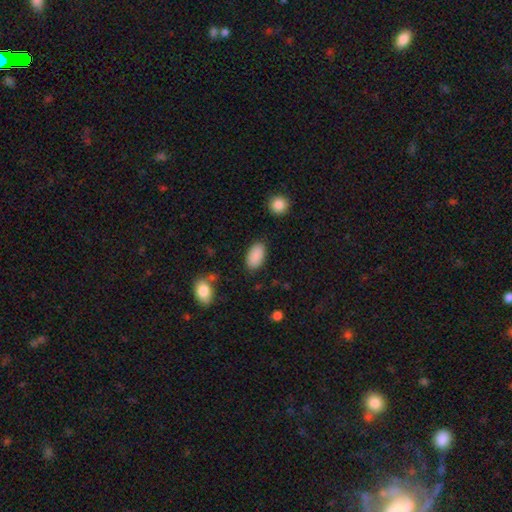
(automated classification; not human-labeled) A smooth galaxy with no disk features (90%) that is in between round and cigar-shaped (94%).

Vote fractions:
- Smooth or featured? smooth: 90% / star or artifact: 7% / featured or disk: 3%
- How rounded? in between: 94% / round: 3% / cigar-shaped: 2%
- Merging? none: 86% / minor disturbance: 9% / major disturbance: 3% / merger: 2%